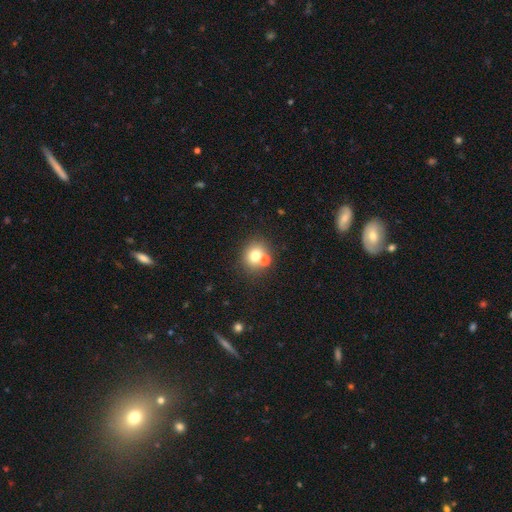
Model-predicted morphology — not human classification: This is likely a smooth galaxy (73%). How rounded: likely round (72%). Merging: likely none (61%).